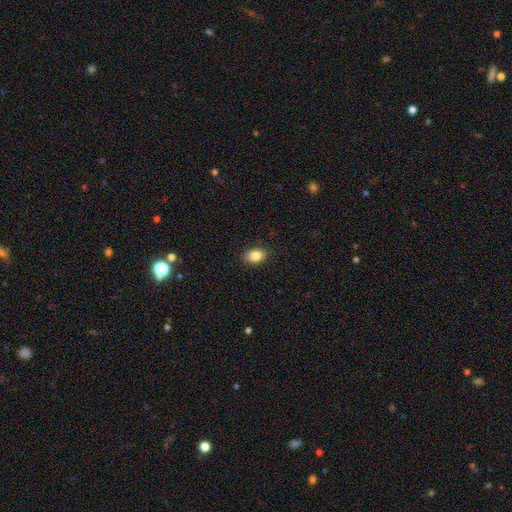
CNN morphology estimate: smooth-or-featured: smooth: 85% | star or artifact: 9% | featured or disk: 6%
  how-rounded: in between: 71% | round: 28% | cigar-shaped: 1%
  merging: none: 87% | minor disturbance: 10% | major disturbance: 2% | merger: 1%